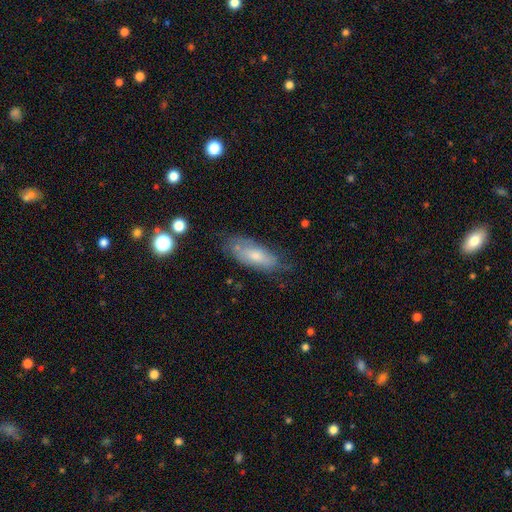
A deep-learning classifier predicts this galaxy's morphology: Smooth or featured? Predicted: smooth (p=0.58). How rounded? Predicted: in between (p=0.75). Merging? Predicted: none (p=0.58).